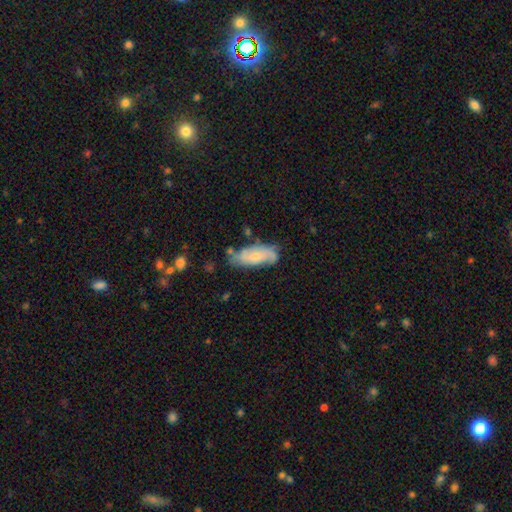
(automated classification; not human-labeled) Morphology: type=featured or disk (48%); merging=none (63%).